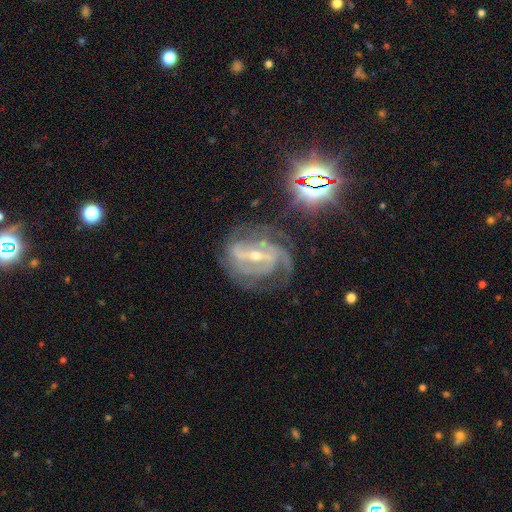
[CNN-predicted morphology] Smooth or featured? featured or disk (87%)
Edge-on disk? no (96%)
Bar? strong (65%)
Spiral arms? yes (97%)
Spiral winding? medium (48%)
Spiral arm count? 2 (35%)
Bulge size? small (55%)
Merging? none (60%)